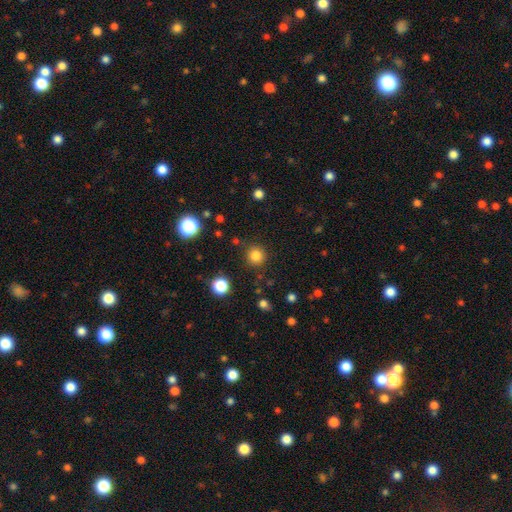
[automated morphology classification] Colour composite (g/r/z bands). It shows a smooth galaxy with no disk features (82%) that is round (94%). Merging: none (89%).